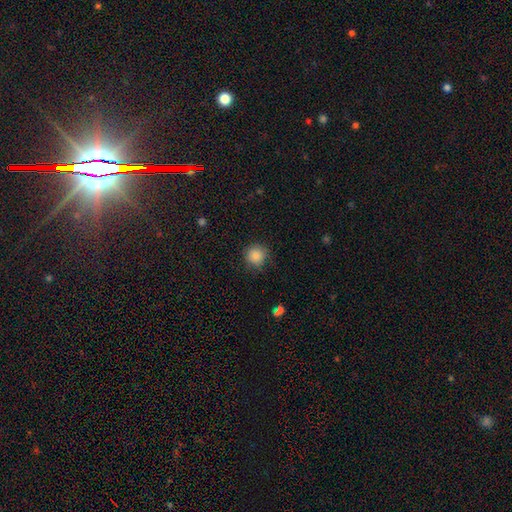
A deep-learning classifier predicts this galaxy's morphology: smooth-or-featured: smooth: 86% | star or artifact: 10% | featured or disk: 4%
  how-rounded: round: 94% | in between: 6% | cigar-shaped: 1%
  merging: none: 85% | minor disturbance: 11% | major disturbance: 3% | merger: 1%